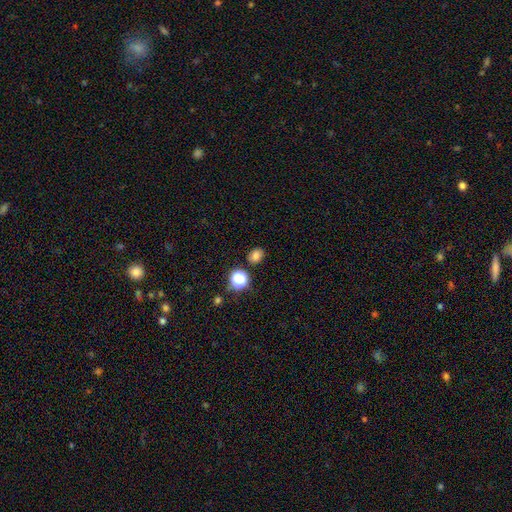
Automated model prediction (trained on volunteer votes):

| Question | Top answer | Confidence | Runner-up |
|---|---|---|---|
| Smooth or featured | smooth | 77% | star or artifact (18%) |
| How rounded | round | 51% | in between (48%) |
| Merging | none | 83% | minor disturbance (10%) |